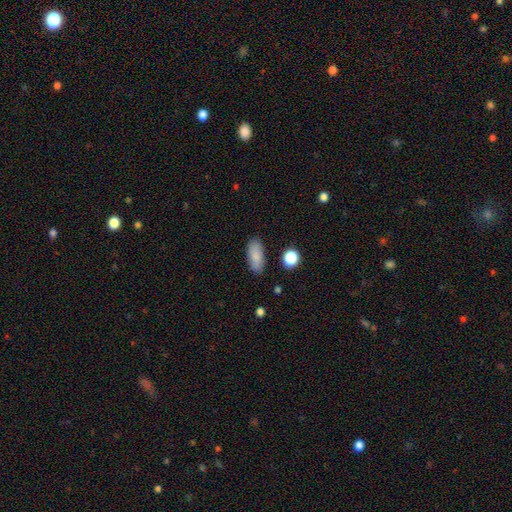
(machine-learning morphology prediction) type=smooth (86%); roundness=in between (86%); merging=none (86%).